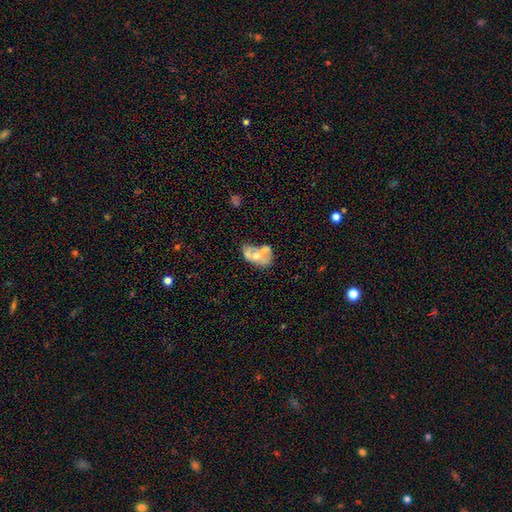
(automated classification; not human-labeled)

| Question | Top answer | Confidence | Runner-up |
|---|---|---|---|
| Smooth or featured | smooth | 46% | tied: featured or disk (46%) |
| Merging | merger | 58% | none (17%) |